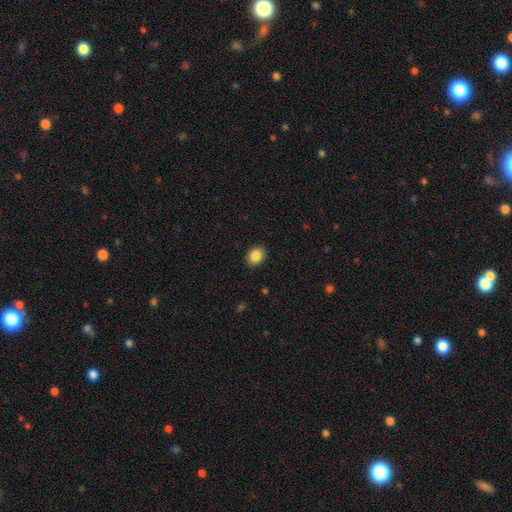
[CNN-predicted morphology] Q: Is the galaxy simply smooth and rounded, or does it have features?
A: smooth — 87%.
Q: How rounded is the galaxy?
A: in between — 58%.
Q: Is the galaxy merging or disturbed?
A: none — 90%.